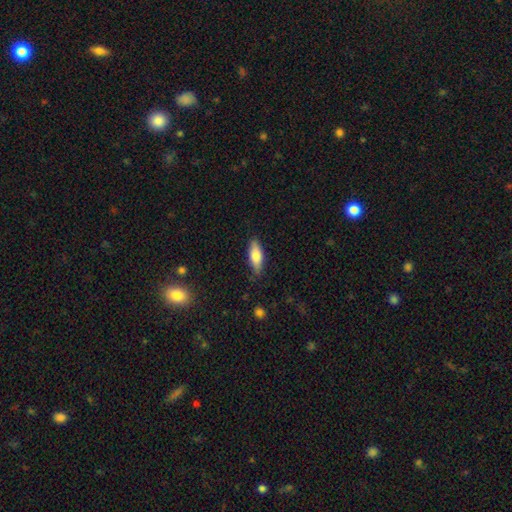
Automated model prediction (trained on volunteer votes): Overall: smooth (76%). How rounded: in between (68%; cigar-shaped 30%). Merging: none (80%).